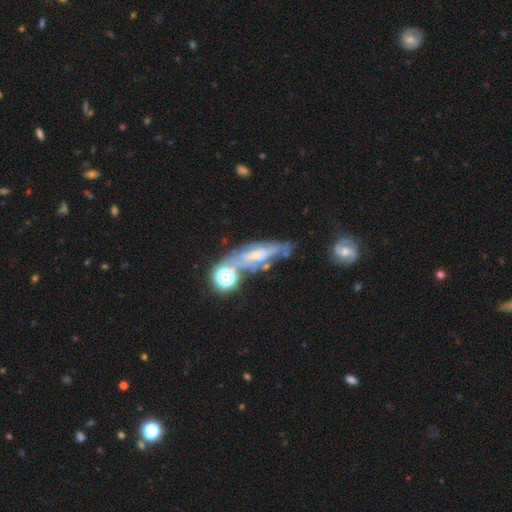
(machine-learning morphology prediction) Smooth or featured: featured or disk — 65% (smooth — 19%)
Edge-on disk: no — 80% (yes — 20%)
Bar: no — 56% (weak — 32%)
Spiral arms: yes — 75% (no — 25%)
Bulge size: small — 61% (moderate — 27%)
Merging: none — 51% (minor disturbance — 22%)